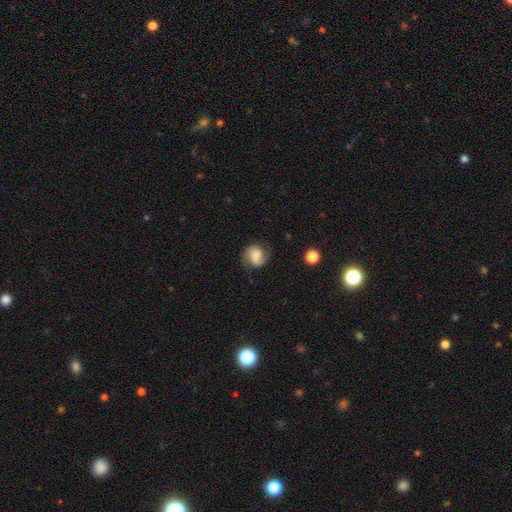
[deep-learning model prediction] Smooth or featured?
  - smooth: 49% *
  - featured or disk: 41%
  - star or artifact: 9%
Merging?
  - none: 68% *
  - minor disturbance: 21%
  - major disturbance: 9%
  - merger: 2%